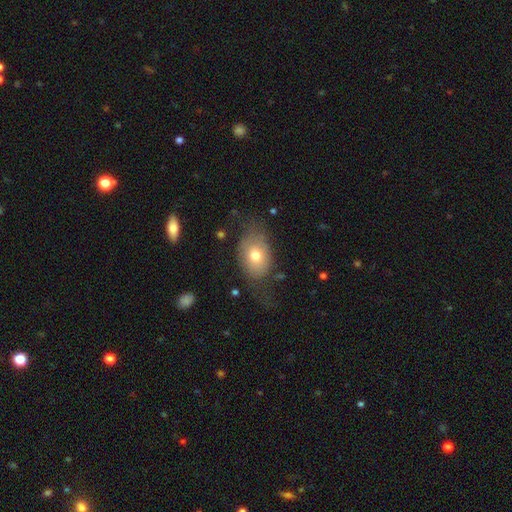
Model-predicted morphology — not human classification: Smooth or featured: smooth — 68% (featured or disk — 22%)
How rounded: in between — 78% (round — 21%)
Merging: none — 52% (minor disturbance — 26%)